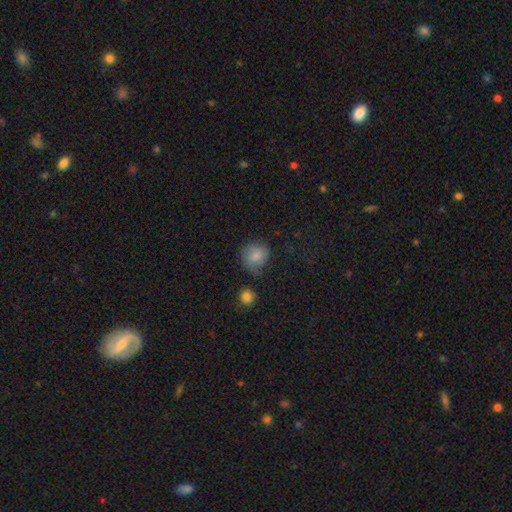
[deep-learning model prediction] Morphology: type=smooth (81%); roundness=round (82%); merging=none (60%).